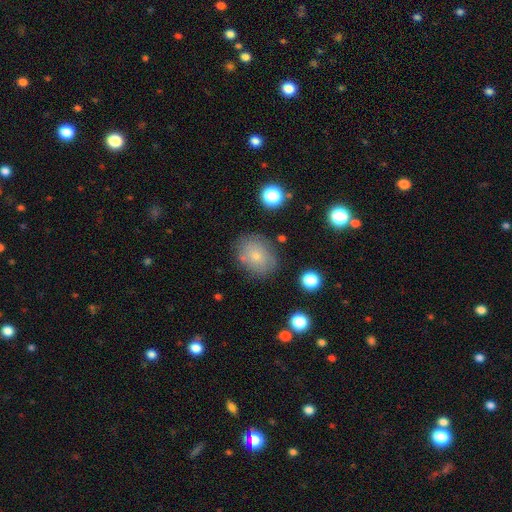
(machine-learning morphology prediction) Smooth or featured?
  - smooth: 70% *
  - featured or disk: 20%
  - star or artifact: 10%
How rounded?
  - in between: 57% *
  - round: 42%
  - cigar-shaped: 1%
Merging?
  - none: 74% *
  - minor disturbance: 17%
  - major disturbance: 5%
  - merger: 4%